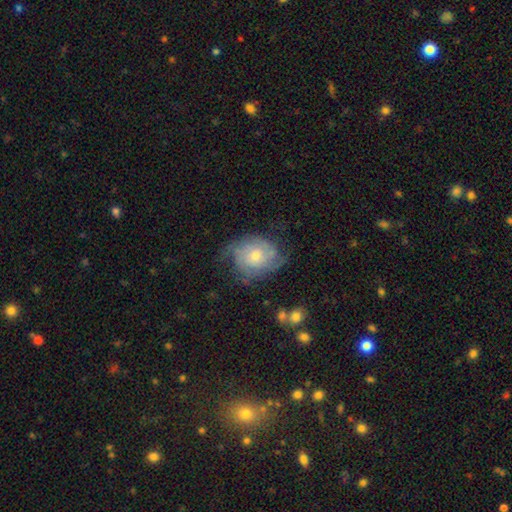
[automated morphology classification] Smooth or featured?
  - featured or disk: 65% *
  - smooth: 28%
  - star or artifact: 7%
Edge-on disk?
  - no: 97% *
  - yes: 3%
Bar?
  - no: 79% *
  - weak: 18%
  - strong: 3%
Spiral arms?
  - yes: 86% *
  - no: 14%
Spiral winding?
  - tight: 45% *
  - medium: 36%
  - loose: 19%
Spiral arm count?
  - can't tell: 36% *
  - 2: 28%
  - 3: 19%
  - 4: 7%
  - 1: 5%
  - more than 4: 4%
Bulge size?
  - moderate: 49% *
  - small: 43%
  - large: 5%
  - none: 2%
  - dominant: 1%
Merging?
  - none: 53% *
  - minor disturbance: 28%
  - major disturbance: 17%
  - merger: 2%